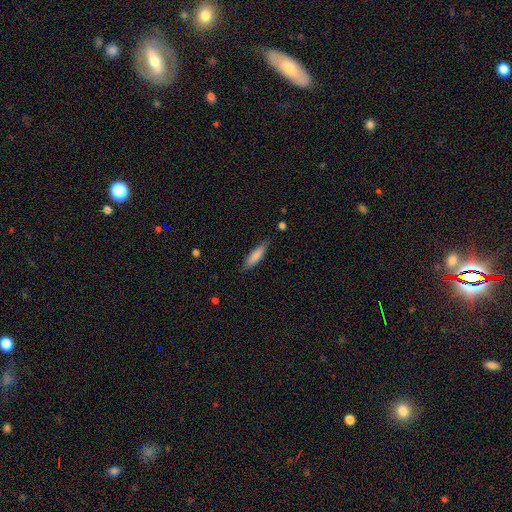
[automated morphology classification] smooth 83%, featured or disk 11%, star or artifact 6%. Down the decision tree: how rounded — cigar-shaped (63%); merging — none (81%).